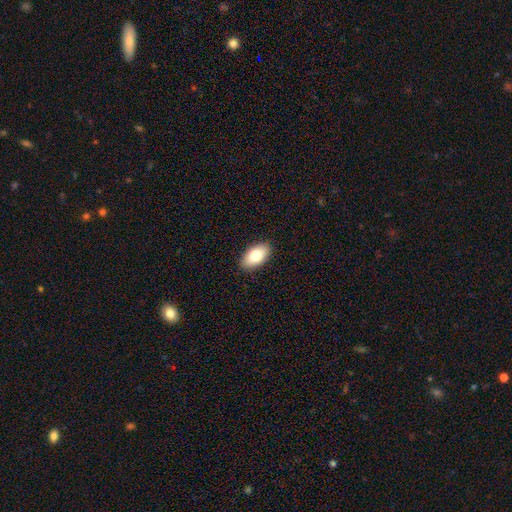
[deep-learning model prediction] Smooth or featured? Predicted: smooth (p=0.79). How rounded? Predicted: in between (p=0.94). Merging? Predicted: none (p=0.90).